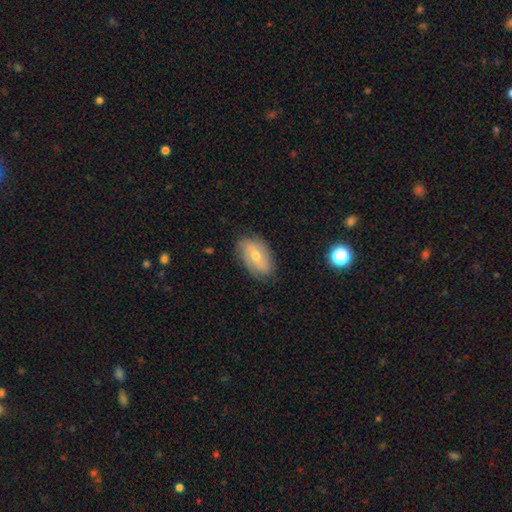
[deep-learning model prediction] A featured or disk galaxy (54%).

Vote fractions:
- Smooth or featured? featured or disk: 54% / smooth: 38% / star or artifact: 9%
- Edge-on disk? no: 91% / yes: 9%
- Merging? none: 79% / minor disturbance: 16% / major disturbance: 4% / merger: 1%